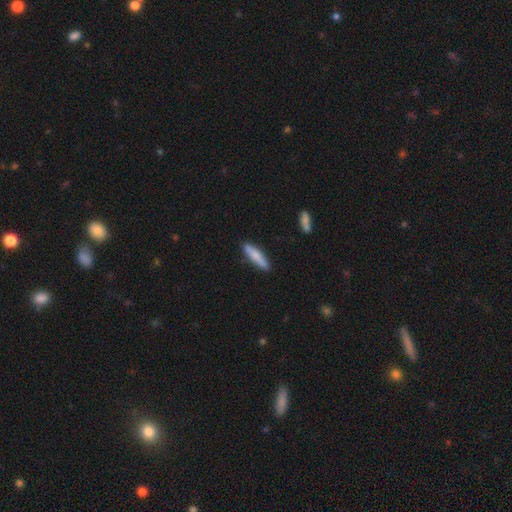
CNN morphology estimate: Overall: smooth (75%). How rounded: cigar-shaped (83%). Merging: none (88%).